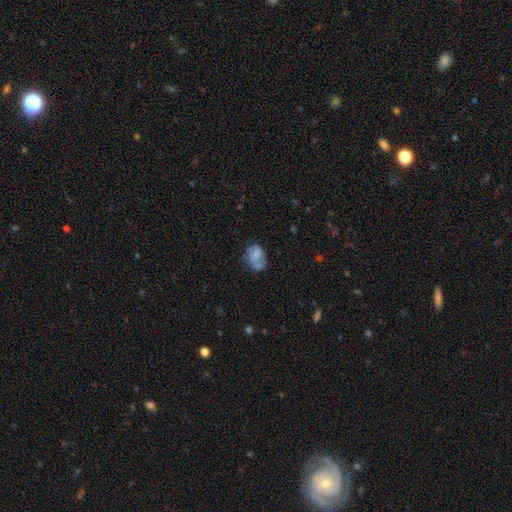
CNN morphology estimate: Smooth or featured: smooth — 58% (featured or disk — 32%)
How rounded: in between — 64% (round — 35%)
Merging: none — 39% (minor disturbance — 27%)